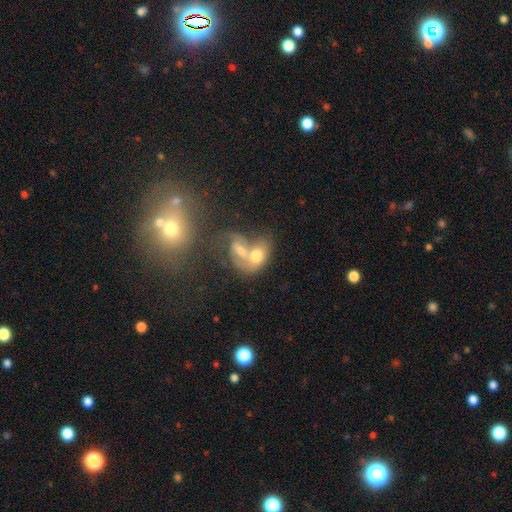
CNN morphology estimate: Overall: smooth (56%; featured or disk 34%). How rounded: in between (81%). Merging: merger (72%).